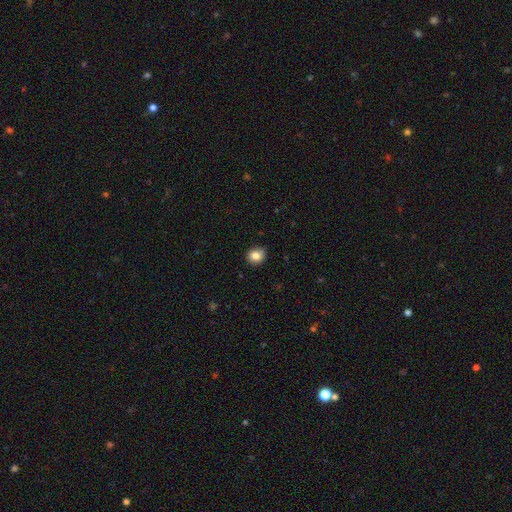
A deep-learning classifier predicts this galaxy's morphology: This is clearly a smooth galaxy (83%). How rounded: likely round (79%). Merging: clearly none (85%).